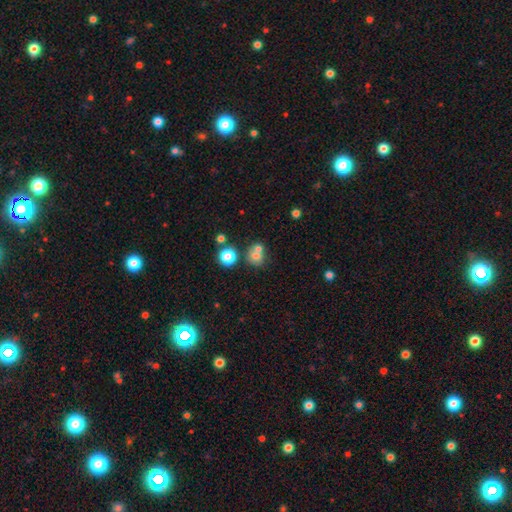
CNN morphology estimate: Smooth or featured: smooth — 70% (star or artifact — 16%)
How rounded: round — 79% (in between — 20%)
Merging: none — 47% (merger — 40%)